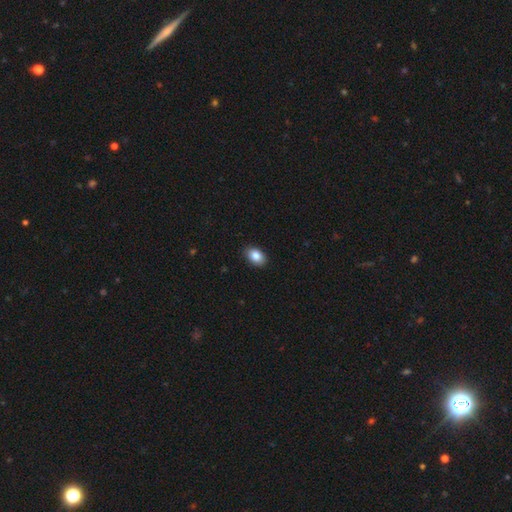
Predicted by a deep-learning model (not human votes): Q: Smooth or featured?
A: smooth (86%); runner-up: star or artifact (8%)
Q: How rounded?
A: in between (85%); runner-up: round (14%)
Q: Merging?
A: none (89%); runner-up: minor disturbance (8%)